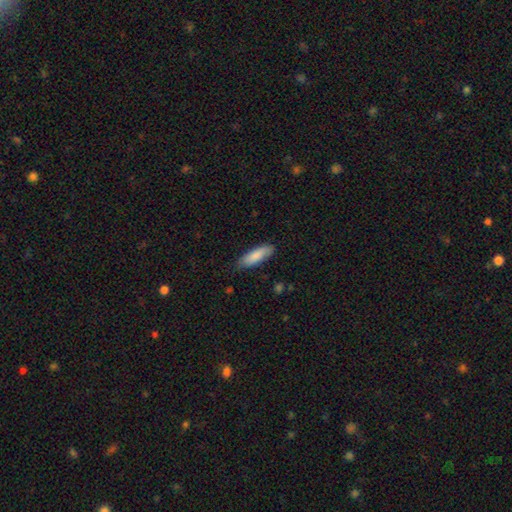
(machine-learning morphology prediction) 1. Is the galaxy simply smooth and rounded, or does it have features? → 86% smooth, 9% featured or disk, 5% star or artifact.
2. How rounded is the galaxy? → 53% in between, 46% cigar-shaped, 1% round.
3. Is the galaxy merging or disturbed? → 82% none, 15% minor disturbance, 2% major disturbance, 1% merger.